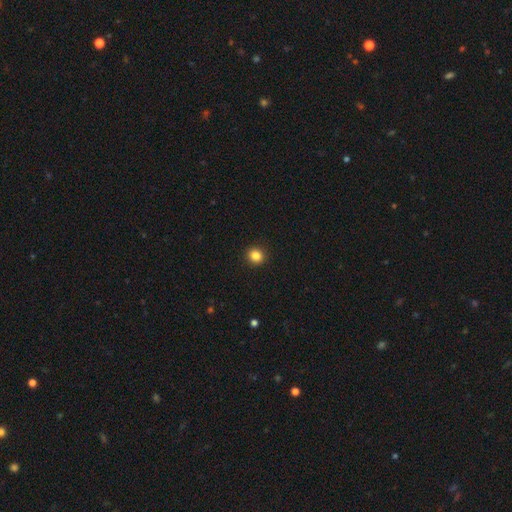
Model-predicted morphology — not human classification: smooth_or_featured: smooth (p=0.84) [alt: star or artifact p=0.12]
how_rounded: round (p=0.91) [alt: in between p=0.08]
merging: none (p=0.93) [alt: minor disturbance p=0.04]